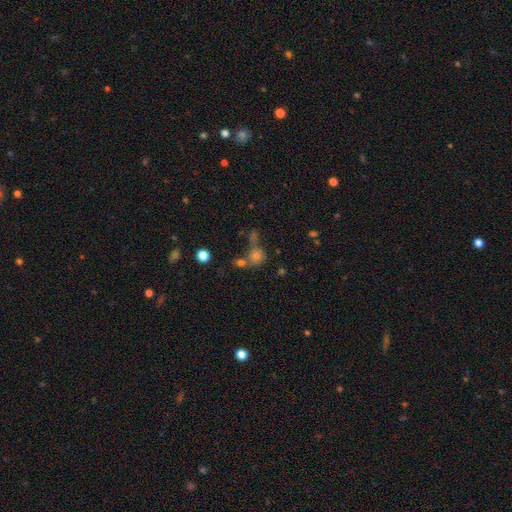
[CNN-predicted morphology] type=smooth (62%); roundness=round (79%); merging=none (52%).